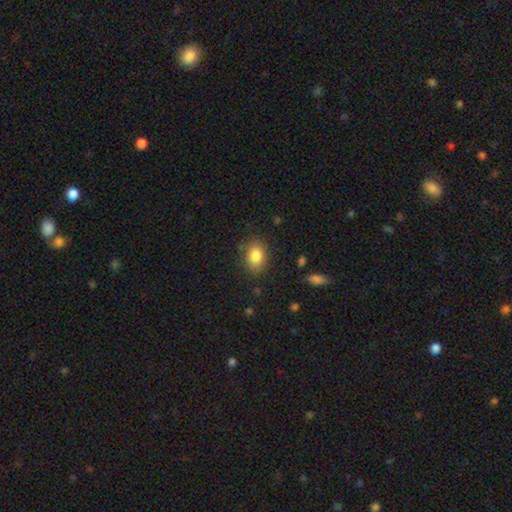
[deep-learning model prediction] Smooth or featured? Predicted: smooth (p=0.84). How rounded? Predicted: in between (p=0.73). Merging? Predicted: none (p=0.81).